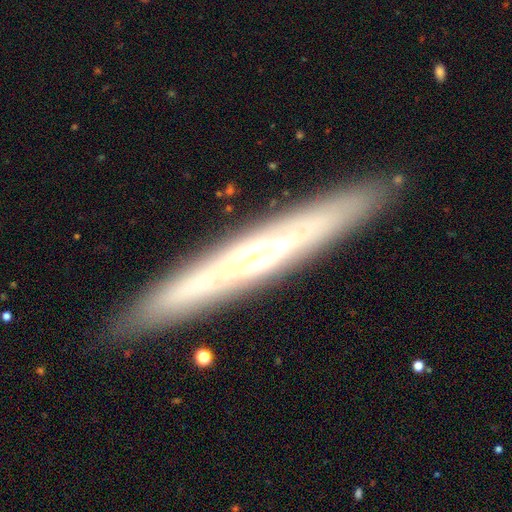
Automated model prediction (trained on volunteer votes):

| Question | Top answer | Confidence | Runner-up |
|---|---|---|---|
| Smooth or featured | featured or disk | 71% | smooth (22%) |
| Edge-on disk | yes | 85% | no (15%) |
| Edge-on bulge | none | 48% | rounded (44%) |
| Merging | none | 89% | minor disturbance (8%) |